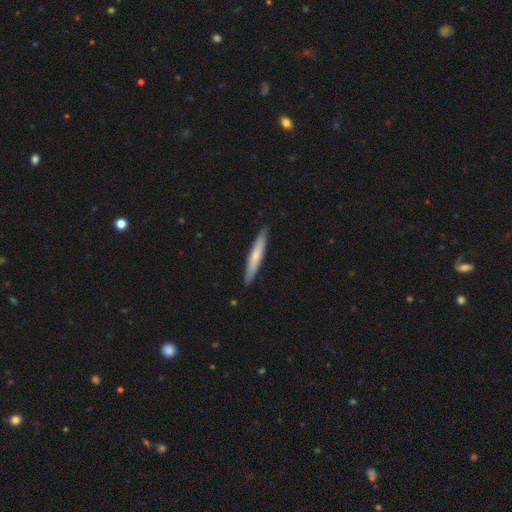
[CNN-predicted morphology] Smooth or featured: smooth — 61% (featured or disk — 34%)
How rounded: cigar-shaped — 95% (in between — 4%)
Merging: none — 90% (minor disturbance — 8%)